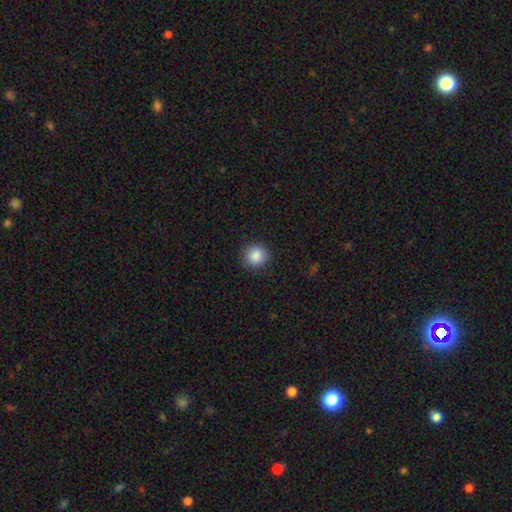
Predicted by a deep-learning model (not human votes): Q: Smooth or featured?
A: smooth (88%); runner-up: star or artifact (9%)
Q: How rounded?
A: round (91%); runner-up: in between (8%)
Q: Merging?
A: none (89%); runner-up: minor disturbance (8%)